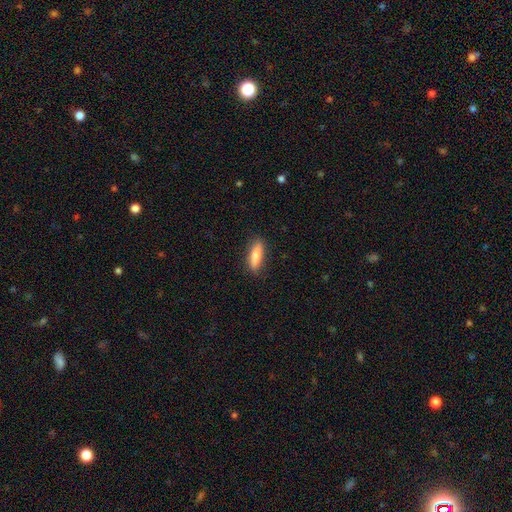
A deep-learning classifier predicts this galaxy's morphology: Overall: smooth (80%). How rounded: cigar-shaped (54%; in between 44%). Merging: none (86%).